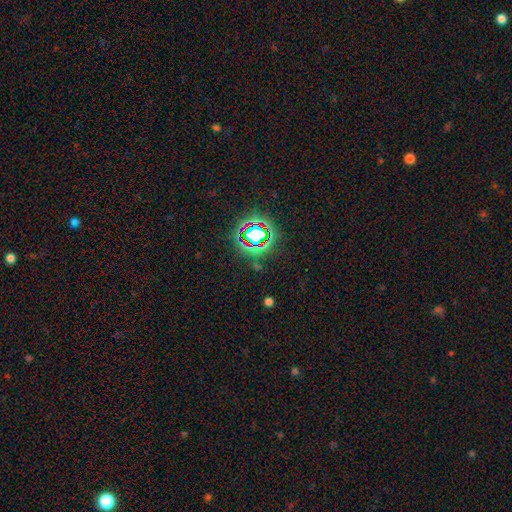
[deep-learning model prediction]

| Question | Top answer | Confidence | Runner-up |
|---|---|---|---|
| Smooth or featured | star or artifact | 78% | smooth (13%) |